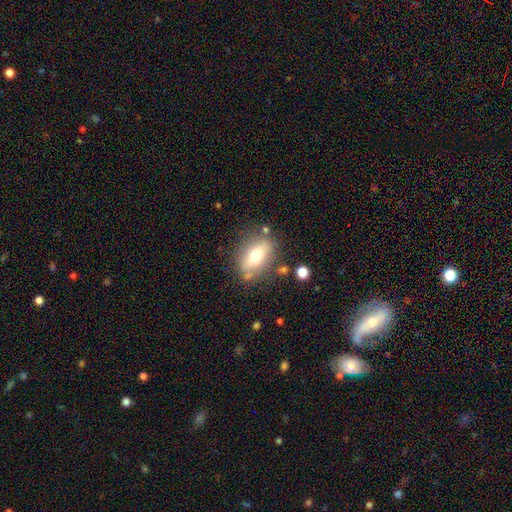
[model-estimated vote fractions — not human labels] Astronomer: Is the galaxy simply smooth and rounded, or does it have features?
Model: smooth — 59%.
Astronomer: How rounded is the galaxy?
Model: in between — 77%.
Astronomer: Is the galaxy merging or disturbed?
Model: none — 74%.